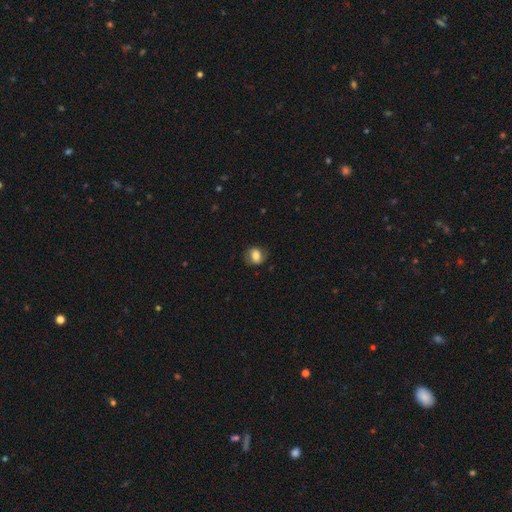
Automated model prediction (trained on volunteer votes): smooth 66%, featured or disk 25%, star or artifact 9%. Down the decision tree: how rounded — in between (52%); merging — none (75%).